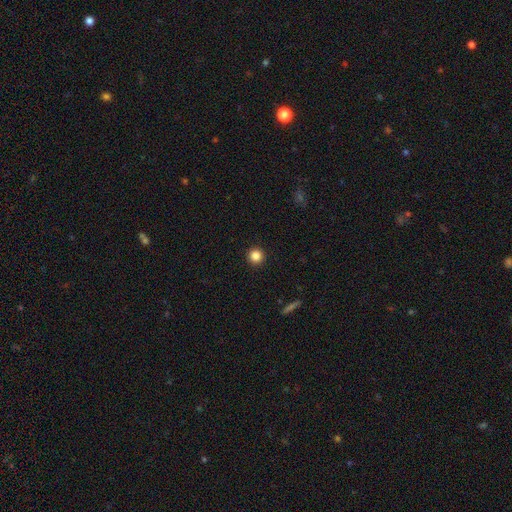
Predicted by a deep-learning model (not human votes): The model was most divided on "smooth or featured": smooth: 85%, star or artifact: 11%, featured or disk: 4%. More confident: how rounded — round (96%); merging — none (93%).